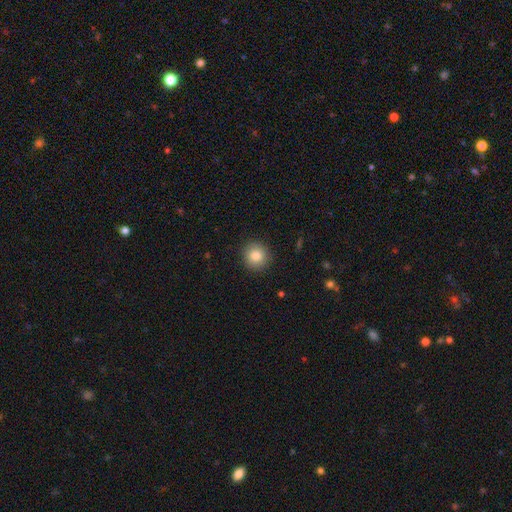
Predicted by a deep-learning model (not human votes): Morphology: type=smooth (85%); roundness=round (91%); merging=none (90%).